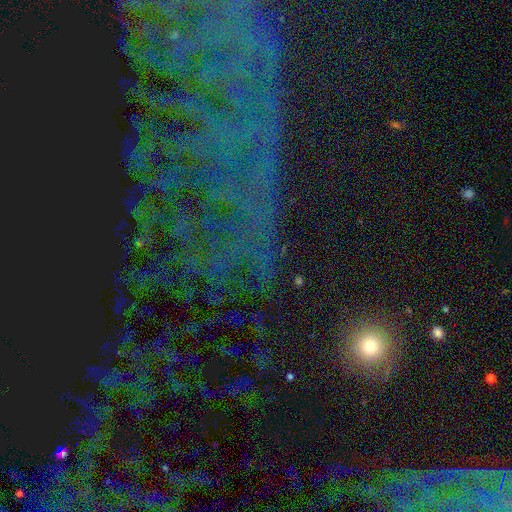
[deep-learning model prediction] Smooth or featured? Predicted: star or artifact (p=0.52).